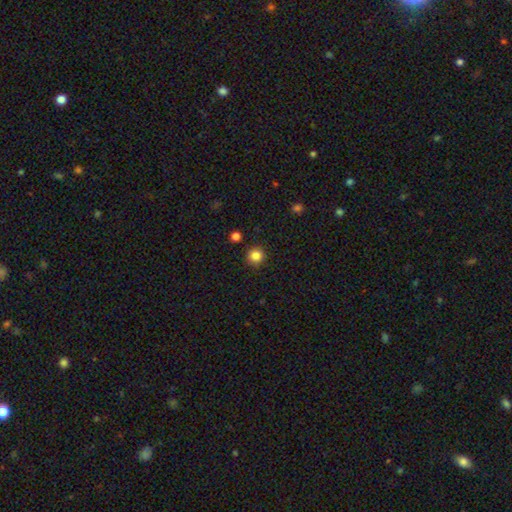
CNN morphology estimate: smooth-or-featured: smooth: 84% | star or artifact: 12% | featured or disk: 4%
  how-rounded: round: 94% | in between: 5% | cigar-shaped: 1%
  merging: none: 90% | minor disturbance: 6% | merger: 2% | major disturbance: 2%